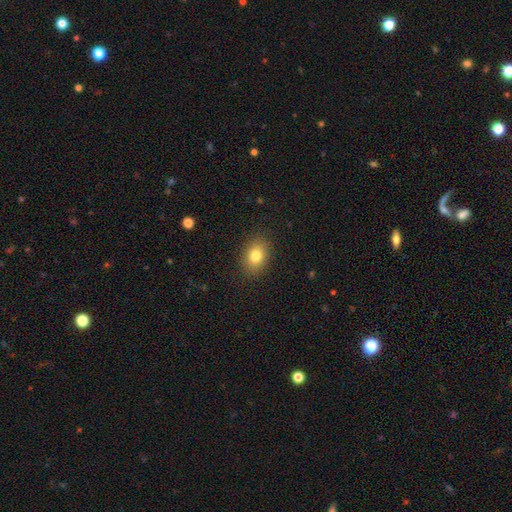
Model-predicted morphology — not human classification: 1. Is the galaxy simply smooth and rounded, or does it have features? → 80% smooth, 10% star or artifact, 9% featured or disk.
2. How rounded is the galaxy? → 71% in between, 27% round, 1% cigar-shaped.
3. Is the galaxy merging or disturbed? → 88% none, 9% minor disturbance, 3% major disturbance, 1% merger.